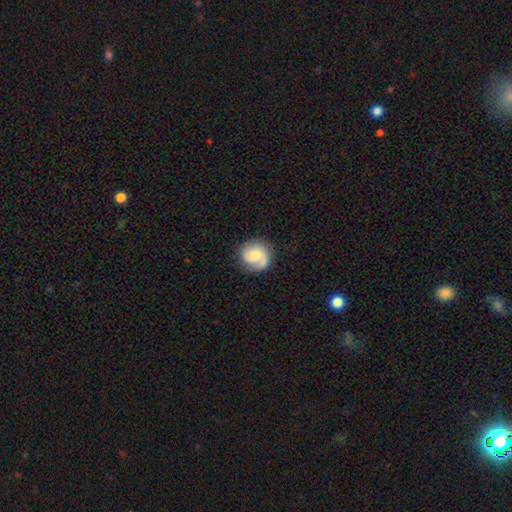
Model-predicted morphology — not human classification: Q: Smooth or featured?
A: featured or disk (62%); runner-up: smooth (31%)
Q: Edge-on disk?
A: no (98%); runner-up: yes (2%)
Q: Bar?
A: no (57%); runner-up: weak (37%)
Q: Spiral arms?
A: yes (93%); runner-up: no (7%)
Q: Spiral winding?
A: medium (43%); runner-up: tight (36%)
Q: Spiral arm count?
A: 2 (59%); runner-up: 1 (27%)
Q: Bulge size?
A: small (39%); runner-up: moderate (38%)
Q: Merging?
A: none (76%); runner-up: minor disturbance (16%)